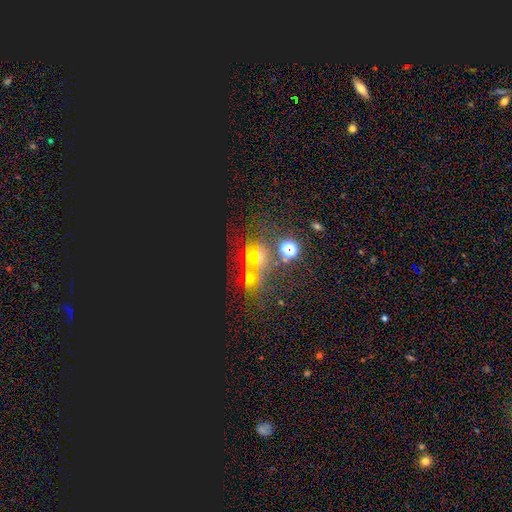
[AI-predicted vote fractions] smooth-or-featured: star or artifact: 60% | smooth: 24% | featured or disk: 17%